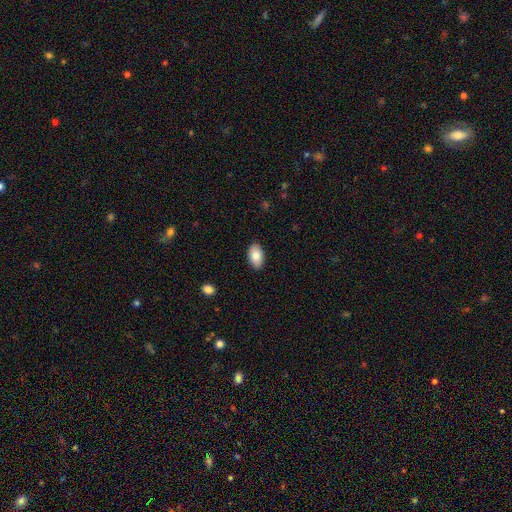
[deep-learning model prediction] smooth-or-featured: smooth: 84% | featured or disk: 10% | star or artifact: 7%
  how-rounded: in between: 93% | round: 5% | cigar-shaped: 1%
  merging: none: 88% | minor disturbance: 9% | major disturbance: 2% | merger: 1%